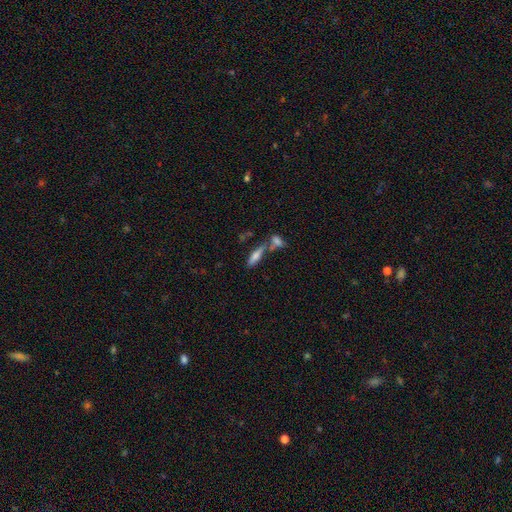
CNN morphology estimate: This appears to be a smooth galaxy with no disk features (69%) that is cigar-shaped (60%). Merging: none (51%).